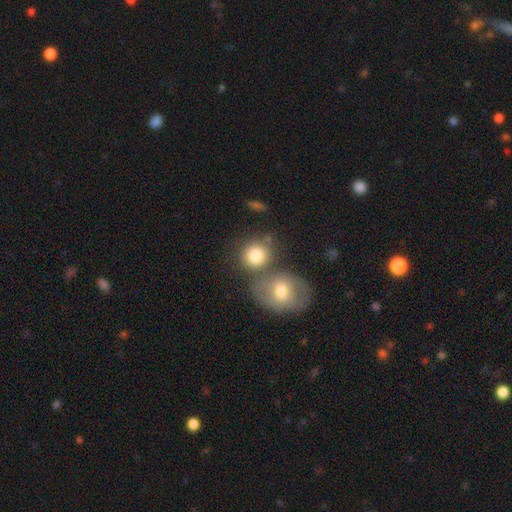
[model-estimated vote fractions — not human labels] smooth-or-featured: smooth: 80% | featured or disk: 13% | star or artifact: 7%
  how-rounded: round: 74% | in between: 24% | cigar-shaped: 1%
  merging: none: 46% | merger: 36% | minor disturbance: 12% | major disturbance: 5%